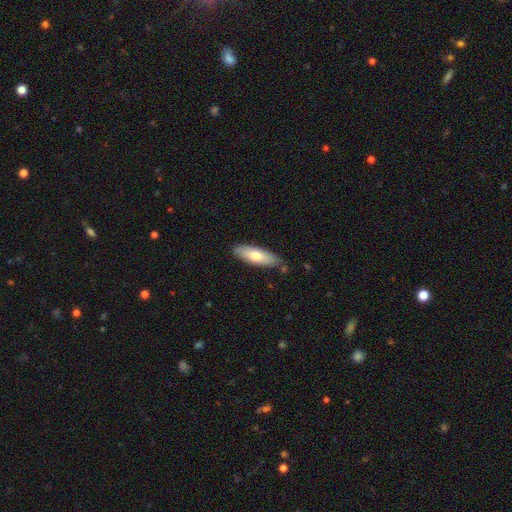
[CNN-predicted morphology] A smooth galaxy with no disk features (69%) that is in between round and cigar-shaped (55%).

Vote fractions:
- Smooth or featured? smooth: 69% / featured or disk: 25% / star or artifact: 6%
- How rounded? in between: 55% / cigar-shaped: 43% / round: 2%
- Merging? none: 82% / minor disturbance: 13% / merger: 3% / major disturbance: 2%